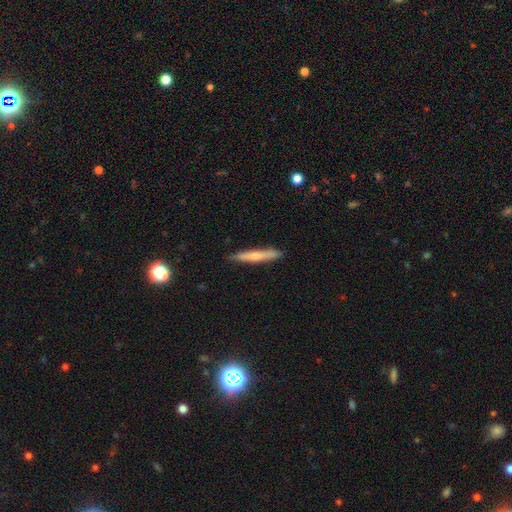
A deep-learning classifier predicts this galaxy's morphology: A smooth galaxy with no disk features (56%) that is cigar-shaped (94%). Merging: none (89%).